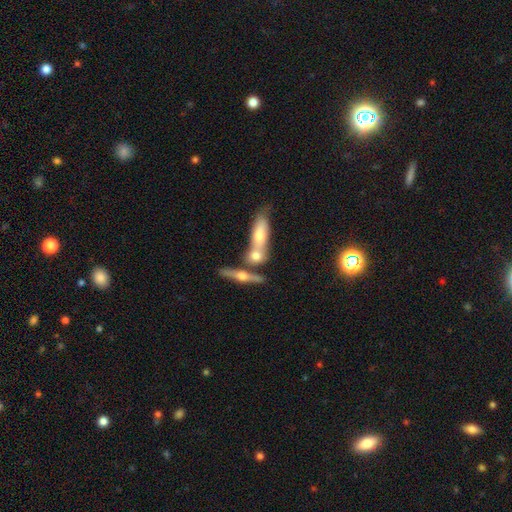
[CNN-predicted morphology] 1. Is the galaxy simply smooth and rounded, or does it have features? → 47% smooth, 45% featured or disk, 8% star or artifact.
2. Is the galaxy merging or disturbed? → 44% merger (tied), 44% none (tied), 9% minor disturbance, 3% major disturbance.